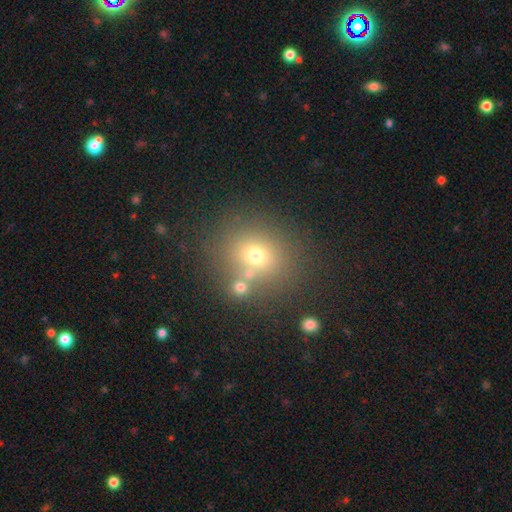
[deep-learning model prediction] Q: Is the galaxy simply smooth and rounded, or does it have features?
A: smooth — 65%.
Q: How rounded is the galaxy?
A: round — 77%.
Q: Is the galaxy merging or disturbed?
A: none — 70%.